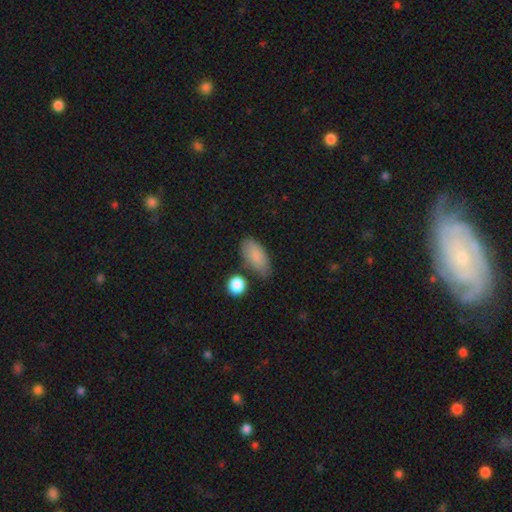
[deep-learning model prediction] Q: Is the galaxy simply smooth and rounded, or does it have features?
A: smooth — 85%.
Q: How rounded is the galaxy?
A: in between — 89%.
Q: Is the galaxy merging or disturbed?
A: none — 67%.